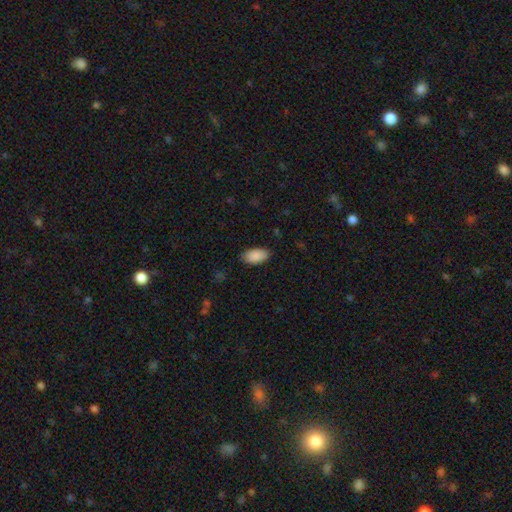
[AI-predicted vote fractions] Smooth or featured: smooth — 90% (star or artifact — 6%)
How rounded: in between — 94% (round — 3%)
Merging: none — 84% (minor disturbance — 12%)